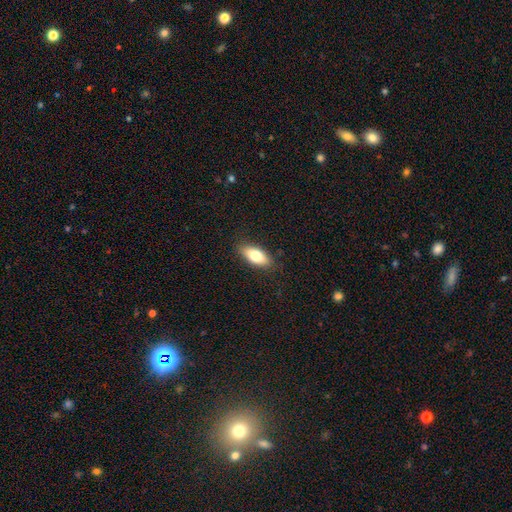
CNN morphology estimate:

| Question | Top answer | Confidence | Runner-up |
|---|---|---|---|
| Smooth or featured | smooth | 77% | featured or disk (16%) |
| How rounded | in between | 86% | cigar-shaped (10%) |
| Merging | none | 86% | minor disturbance (10%) |